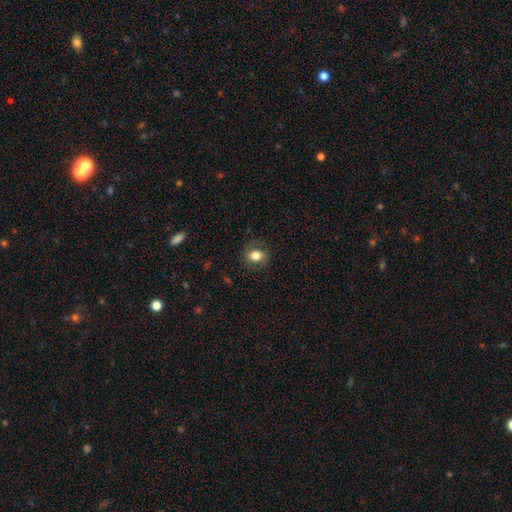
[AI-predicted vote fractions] Smooth or featured?
  - smooth: 72% *
  - featured or disk: 19%
  - star or artifact: 9%
How rounded?
  - round: 53% *
  - in between: 46%
  - cigar-shaped: 1%
Merging?
  - none: 78% *
  - minor disturbance: 15%
  - major disturbance: 7%
  - merger: 1%